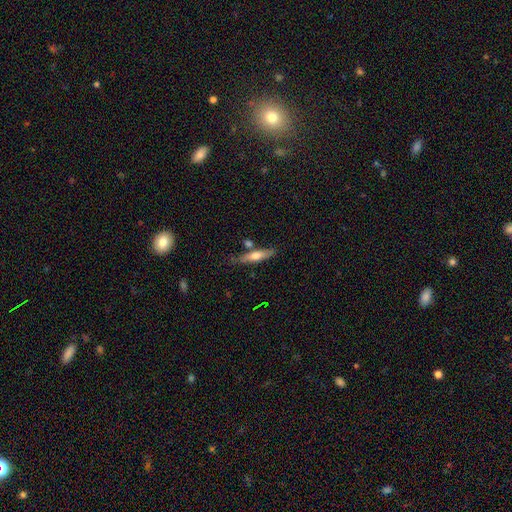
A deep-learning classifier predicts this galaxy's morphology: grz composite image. It shows a smooth galaxy with no disk features (50%) that is cigar-shaped (81%). Merging: none (70%).